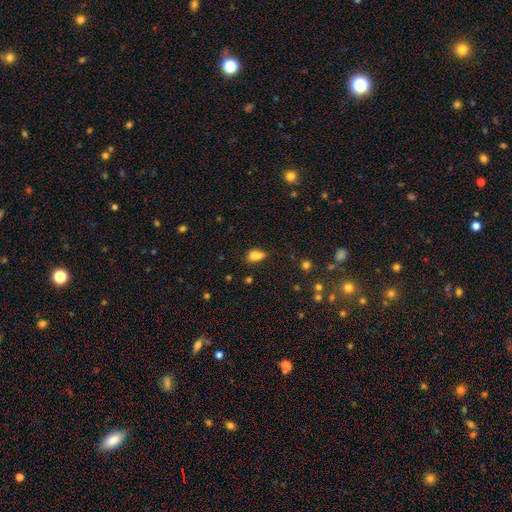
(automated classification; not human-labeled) A smooth galaxy with no disk features (80%) that is in between round and cigar-shaped (82%). Merging: none (54%).